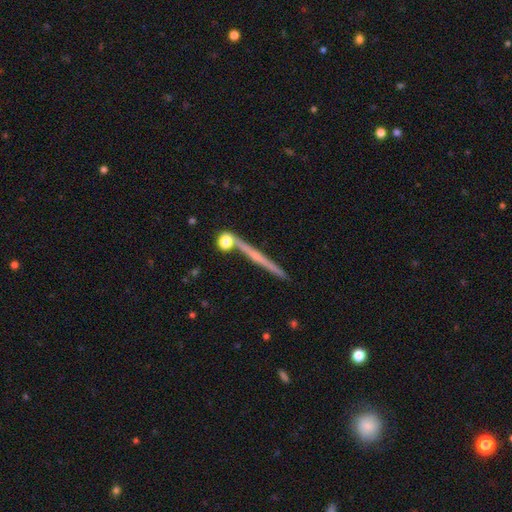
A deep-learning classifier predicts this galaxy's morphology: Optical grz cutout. It shows a featured or disk galaxy (61%) viewed edge-on (97%) with no central bulge (66%). Merging: none (85%).